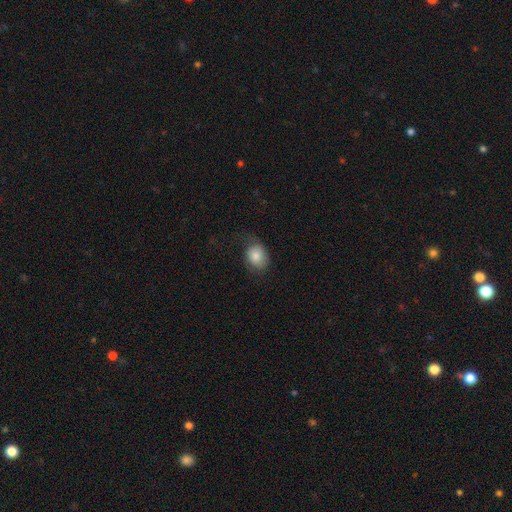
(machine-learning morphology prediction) Smooth or featured? Predicted: smooth (p=0.82). How rounded? Predicted: in between (p=0.54). Merging? Predicted: none (p=0.57).